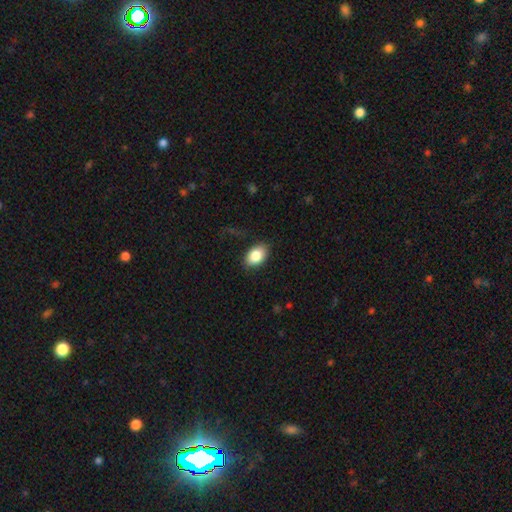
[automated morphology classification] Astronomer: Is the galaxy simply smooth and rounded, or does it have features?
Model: smooth — 84%.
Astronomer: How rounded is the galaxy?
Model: in between — 87%.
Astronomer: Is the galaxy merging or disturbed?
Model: none — 84%.